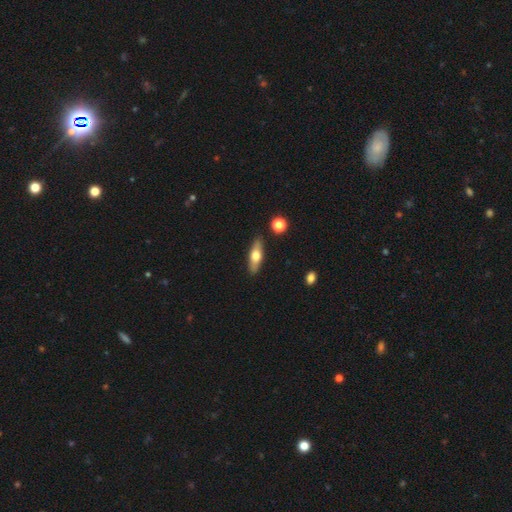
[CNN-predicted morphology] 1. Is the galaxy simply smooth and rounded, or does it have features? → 56% smooth, 38% featured or disk, 6% star or artifact.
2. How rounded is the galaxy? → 51% in between, 46% cigar-shaped, 4% round.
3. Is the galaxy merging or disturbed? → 87% none, 9% minor disturbance, 2% merger, 2% major disturbance.